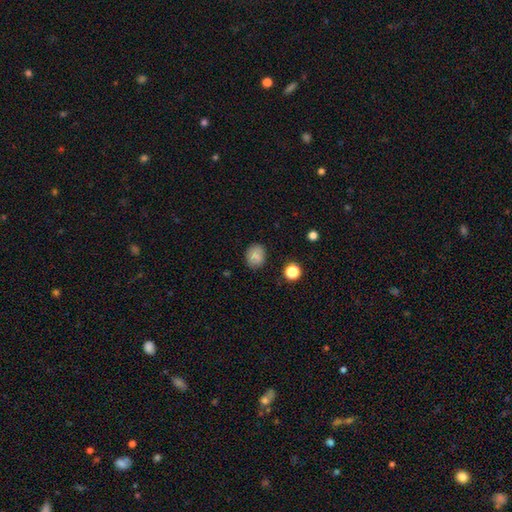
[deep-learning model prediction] Smooth or featured? Predicted: smooth (p=0.79). How rounded? Predicted: round (p=0.63). Merging? Predicted: none (p=0.83).